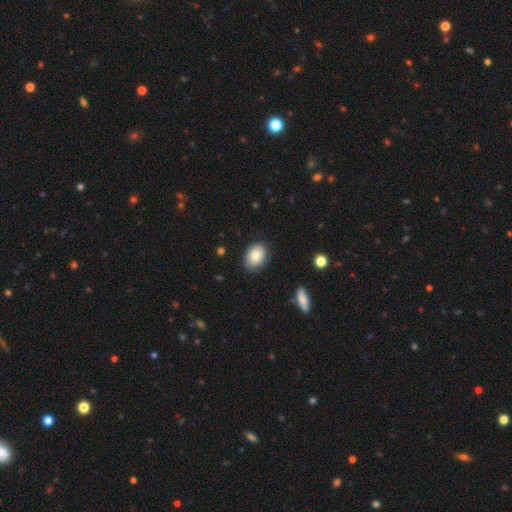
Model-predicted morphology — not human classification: Smooth or featured: smooth — 77% (featured or disk — 15%)
How rounded: in between — 73% (round — 25%)
Merging: none — 86% (minor disturbance — 10%)